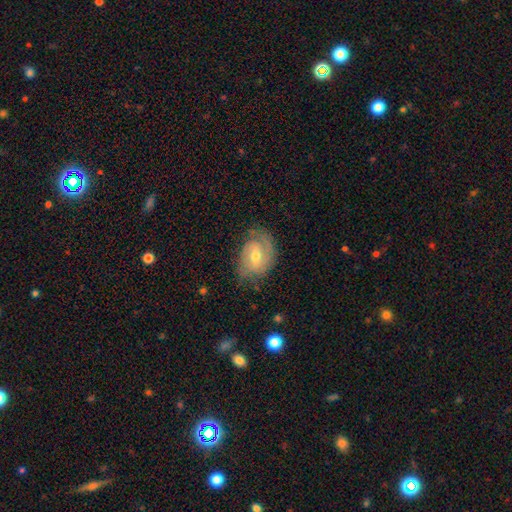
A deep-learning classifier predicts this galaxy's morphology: A featured or disk galaxy (70%) with a weak bar (53%), 2 (60%) tight (46%) spiral arms (87%) and a moderate central bulge (63%). Merging: none (67%).